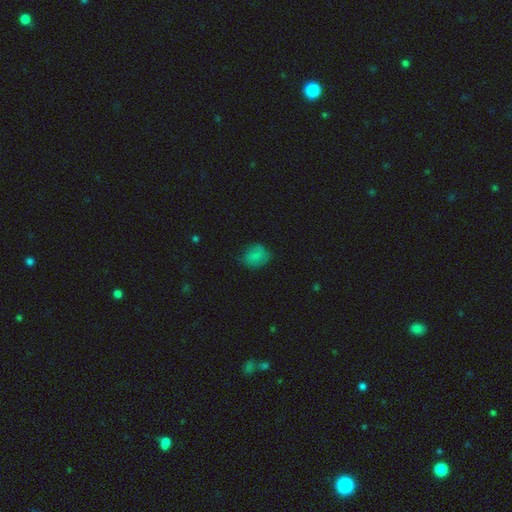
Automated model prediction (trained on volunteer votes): smooth_or_featured: smooth (p=0.75) [alt: featured or disk p=0.13]
how_rounded: round (p=0.68) [alt: in between p=0.31]
merging: none (p=0.63) [alt: minor disturbance p=0.26]